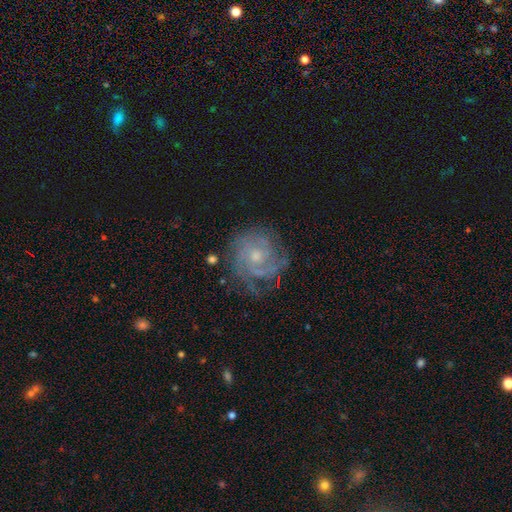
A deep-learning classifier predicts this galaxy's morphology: Smooth or featured? featured or disk (81%)
Edge-on disk? no (98%)
Bar? no (75%)
Spiral arms? yes (92%)
Spiral winding? tight (66%)
Spiral arm count? can't tell (37%)
Bulge size? small (47%)
Merging? none (69%)